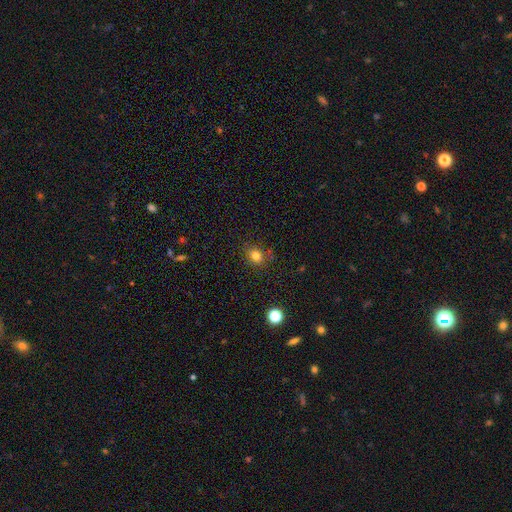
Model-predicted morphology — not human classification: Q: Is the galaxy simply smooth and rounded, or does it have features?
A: smooth — 79%.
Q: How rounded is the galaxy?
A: round — 60%.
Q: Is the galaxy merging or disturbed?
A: none — 79%.